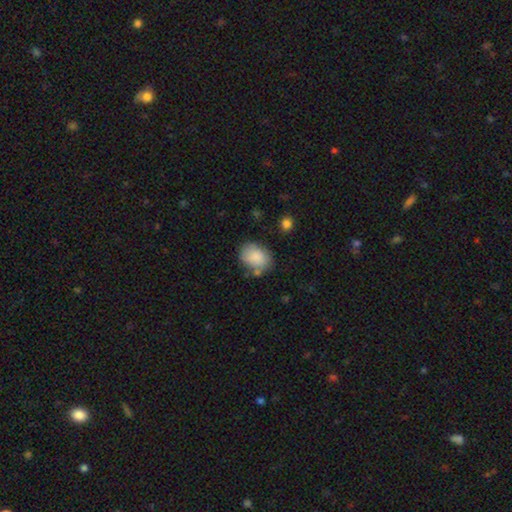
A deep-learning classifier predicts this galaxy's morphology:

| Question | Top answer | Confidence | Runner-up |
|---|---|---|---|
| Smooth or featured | smooth | 85% | featured or disk (8%) |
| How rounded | in between | 67% | round (32%) |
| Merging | none | 64% | minor disturbance (22%) |